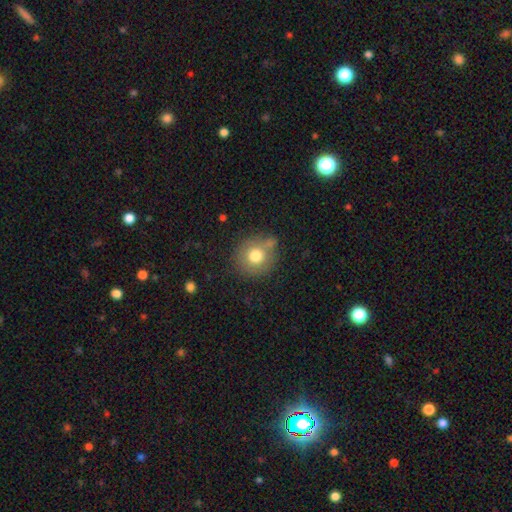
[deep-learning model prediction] Q: Smooth or featured?
A: smooth (74%); runner-up: featured or disk (16%)
Q: How rounded?
A: round (91%); runner-up: in between (8%)
Q: Merging?
A: none (67%); runner-up: minor disturbance (18%)